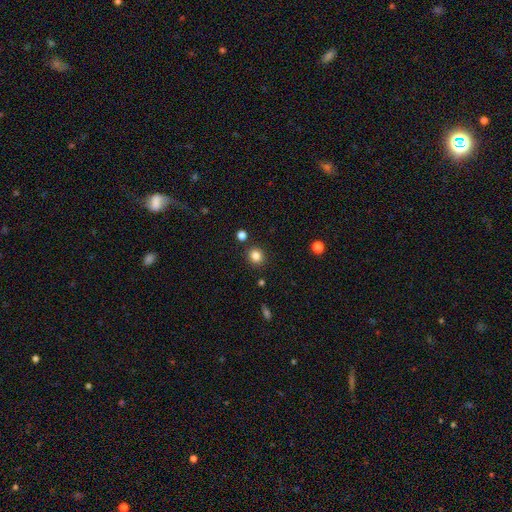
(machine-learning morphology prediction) smooth_or_featured: smooth (p=0.83) [alt: star or artifact p=0.12]
how_rounded: round (p=0.83) [alt: in between p=0.16]
merging: none (p=0.87) [alt: minor disturbance p=0.07]